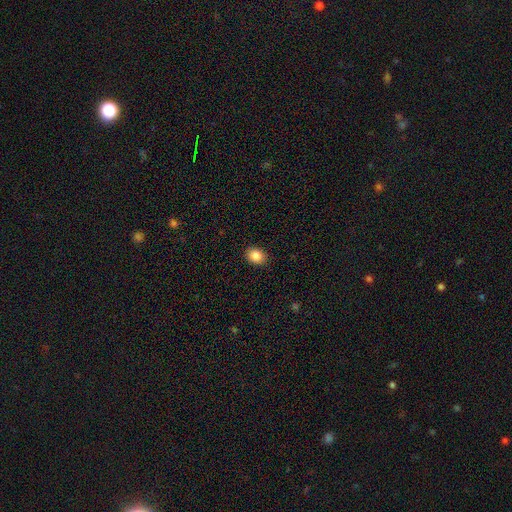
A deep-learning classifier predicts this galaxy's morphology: smooth 87%, star or artifact 9%, featured or disk 4%. Down the decision tree: how rounded — in between (54%); merging — none (90%).